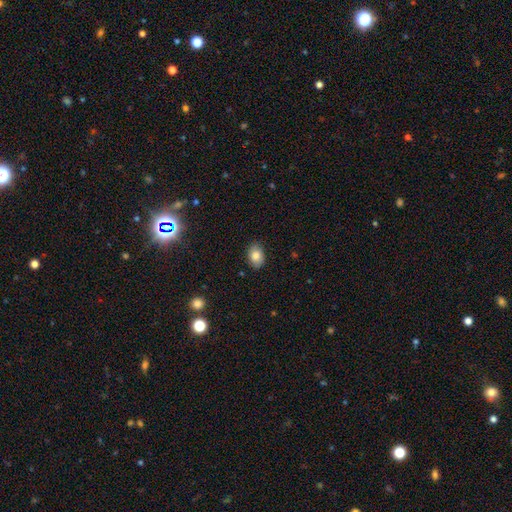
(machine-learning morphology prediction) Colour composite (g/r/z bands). It shows a smooth galaxy with no disk features (82%) that is in between round and cigar-shaped (80%). Merging: none (83%).